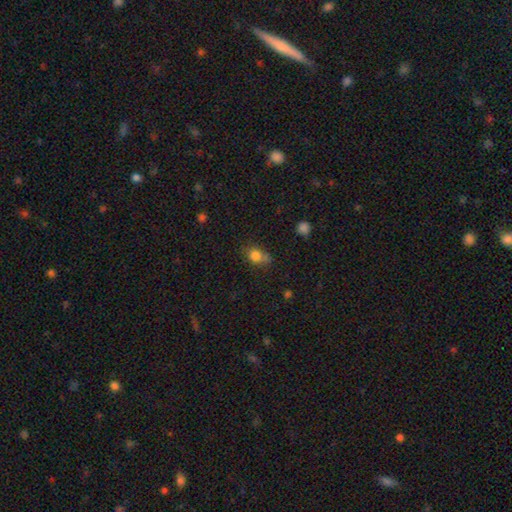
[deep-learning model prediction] Smooth or featured? smooth (79%)
How rounded? in between (49%, tied with round)
Merging? none (50%)